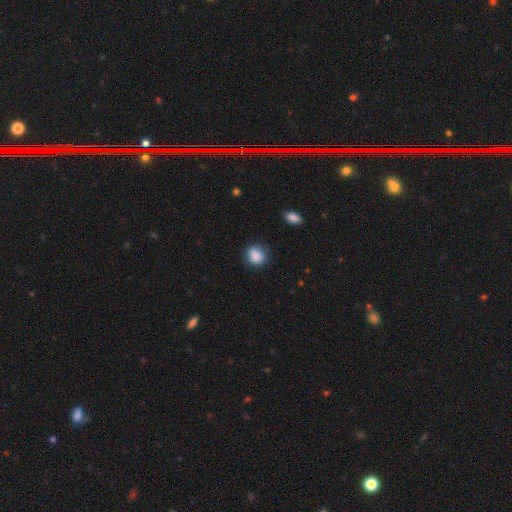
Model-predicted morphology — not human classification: A smooth galaxy with no disk features (88%) that is round (65%). Merging: none (78%).